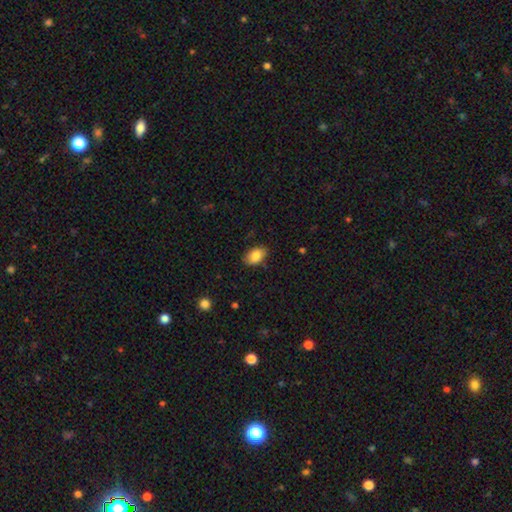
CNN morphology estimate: type=smooth (86%); roundness=in between (89%); merging=none (85%).